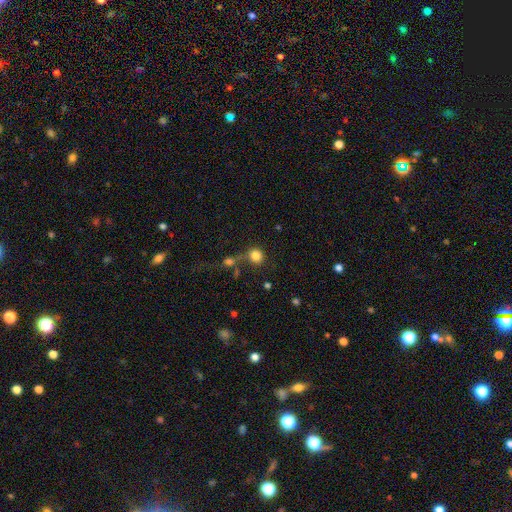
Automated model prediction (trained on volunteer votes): Smooth or featured: smooth — 82% (star or artifact — 11%)
How rounded: round — 89% (in between — 10%)
Merging: none — 54% (merger — 25%)